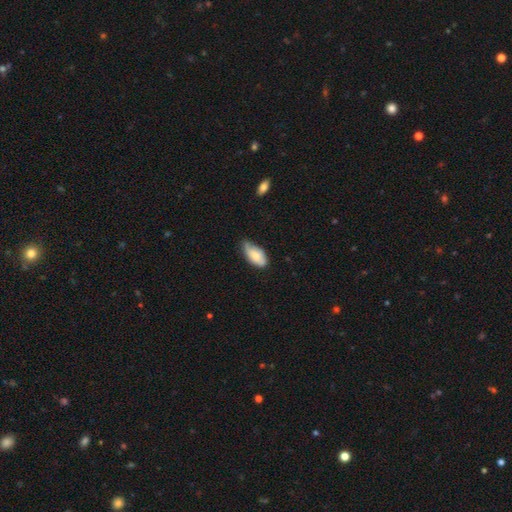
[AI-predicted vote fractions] This is likely a smooth galaxy (73%). How rounded: clearly in between (92%). Merging: possibly minor disturbance (47%).